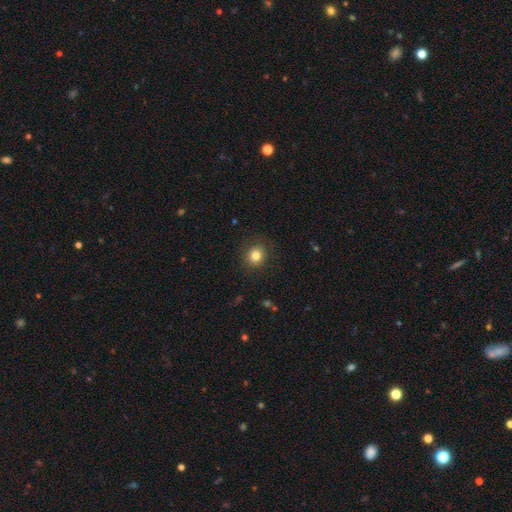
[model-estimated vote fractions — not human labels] Smooth or featured: smooth — 82% (star or artifact — 11%)
How rounded: round — 81% (in between — 18%)
Merging: none — 87% (minor disturbance — 9%)